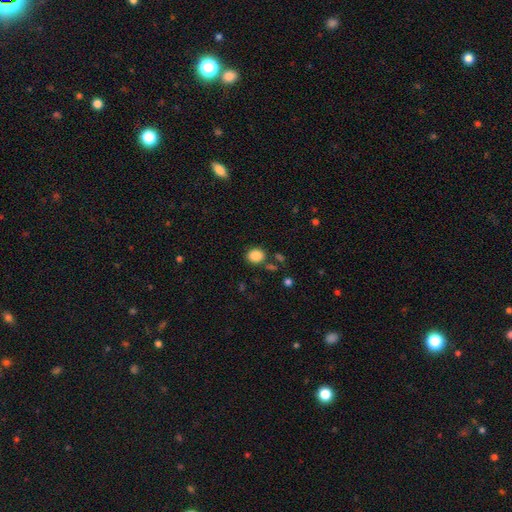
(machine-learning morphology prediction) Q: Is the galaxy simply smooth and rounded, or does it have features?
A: smooth — 85%.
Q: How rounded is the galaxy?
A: round — 59%.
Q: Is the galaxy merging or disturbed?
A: none — 80%.